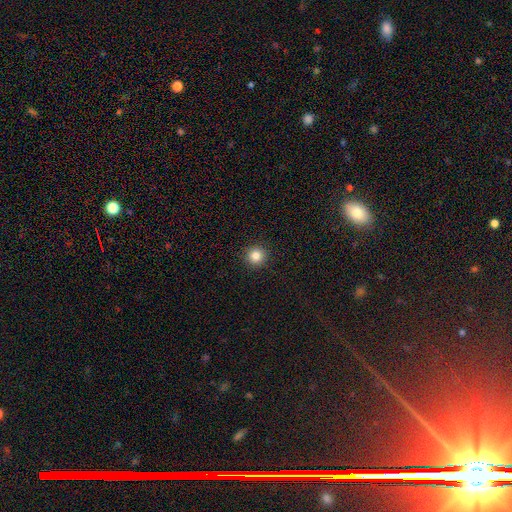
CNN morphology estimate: Smooth or featured?
  - smooth: 84% *
  - star or artifact: 12%
  - featured or disk: 5%
How rounded?
  - round: 95% *
  - in between: 4%
  - cigar-shaped: 1%
Merging?
  - none: 93% *
  - minor disturbance: 4%
  - major disturbance: 2%
  - merger: 1%